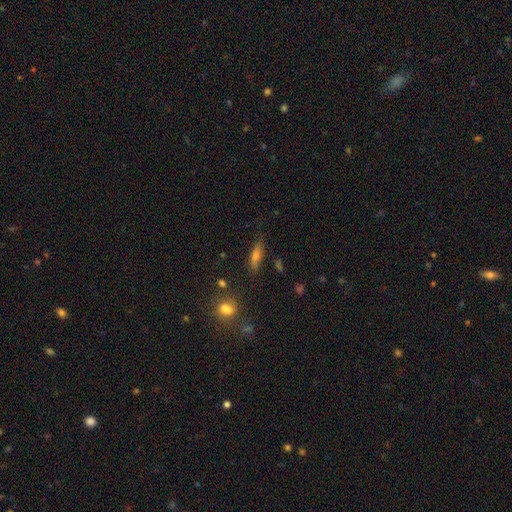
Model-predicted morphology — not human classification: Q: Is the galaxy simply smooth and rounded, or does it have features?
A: smooth — 59%.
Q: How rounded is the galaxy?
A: cigar-shaped — 56%.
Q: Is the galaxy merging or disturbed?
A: none — 80%.